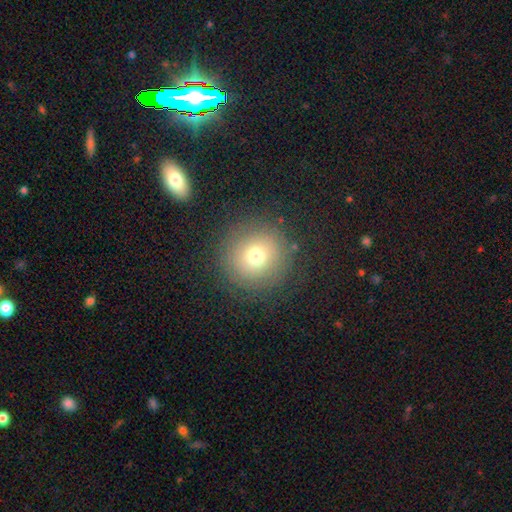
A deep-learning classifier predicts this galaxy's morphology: type=smooth (70%); roundness=round (95%); merging=none (85%).